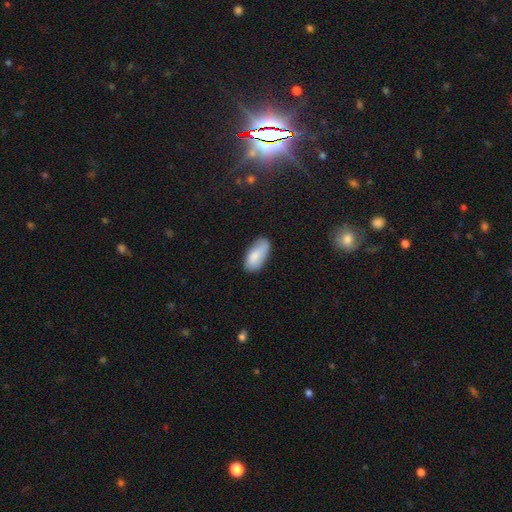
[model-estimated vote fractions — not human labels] This is clearly a smooth galaxy (81%). How rounded: clearly in between (92%). Merging: likely none (68%).